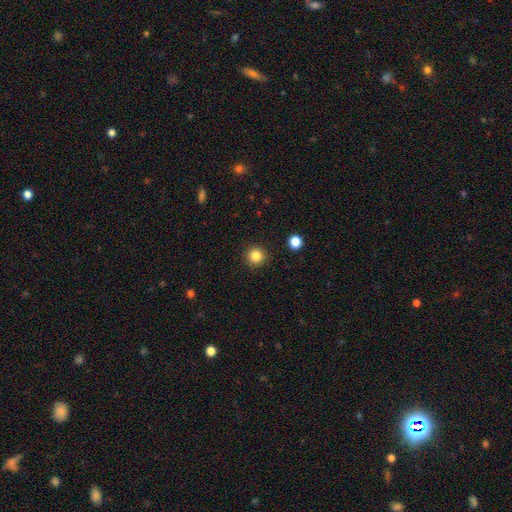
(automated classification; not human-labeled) smooth-or-featured: smooth: 84% | star or artifact: 12% | featured or disk: 4%
  how-rounded: round: 95% | in between: 4% | cigar-shaped: 1%
  merging: none: 92% | minor disturbance: 5% | major disturbance: 2% | merger: 1%